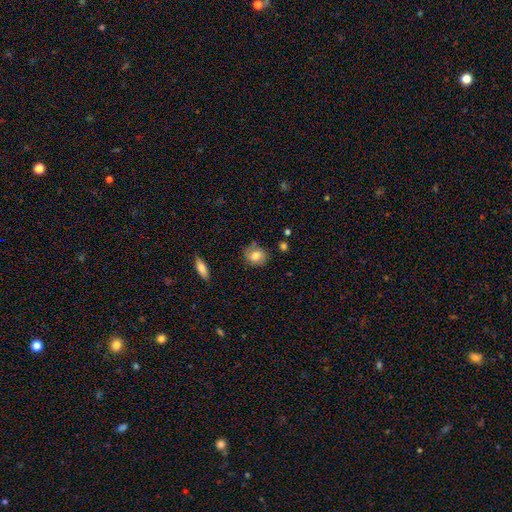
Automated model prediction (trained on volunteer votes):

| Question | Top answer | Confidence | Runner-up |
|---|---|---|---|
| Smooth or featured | smooth | 76% | featured or disk (16%) |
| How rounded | round | 70% | in between (29%) |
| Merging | none | 75% | minor disturbance (19%) |